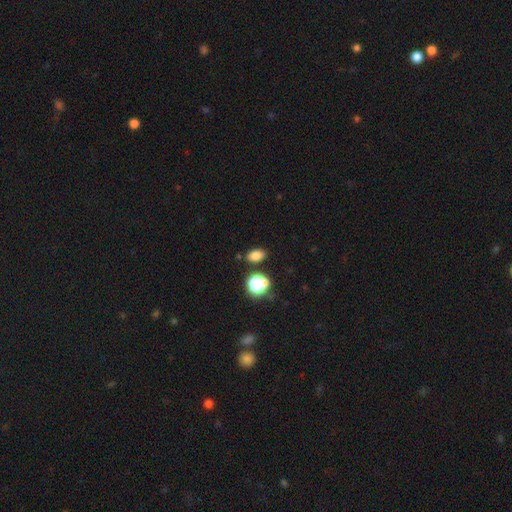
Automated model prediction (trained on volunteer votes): Smooth or featured? smooth (77%)
How rounded? in between (79%)
Merging? none (82%)